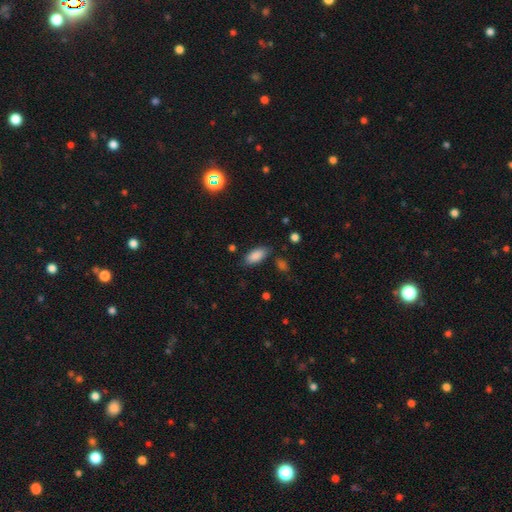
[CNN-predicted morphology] Smooth or featured? Predicted: smooth (p=0.87). How rounded? Predicted: in between (p=0.88). Merging? Predicted: none (p=0.80).